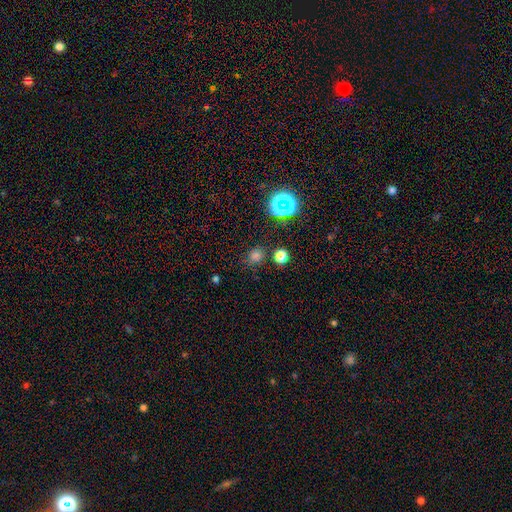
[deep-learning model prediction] Smooth or featured: smooth — 68% (star or artifact — 26%)
How rounded: round — 81% (in between — 18%)
Merging: none — 79% (minor disturbance — 12%)